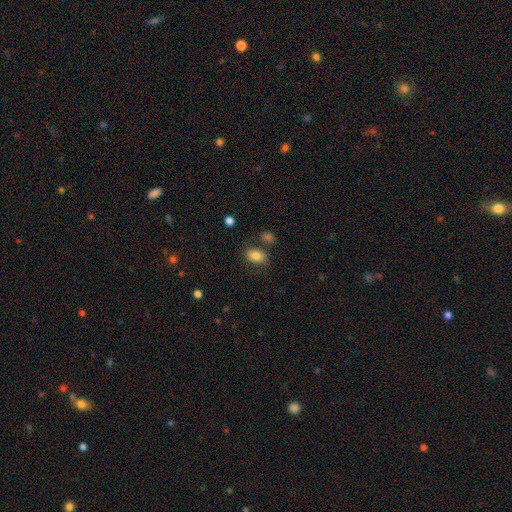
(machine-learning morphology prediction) Smooth or featured? Predicted: smooth (p=0.80). How rounded? Predicted: in between (p=0.82). Merging? Predicted: none (p=0.67).